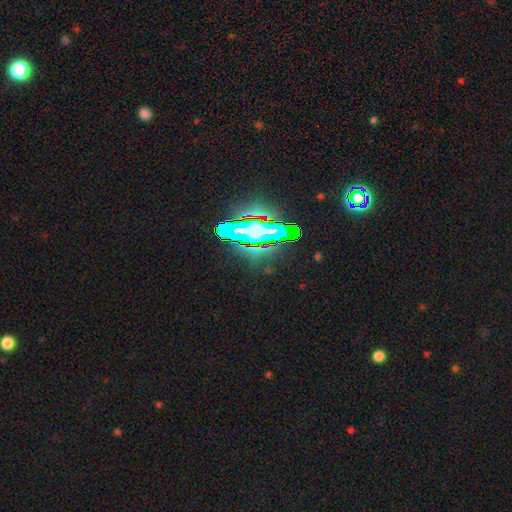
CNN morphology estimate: smooth_or_featured: star or artifact (p=0.57) [alt: featured or disk p=0.24]